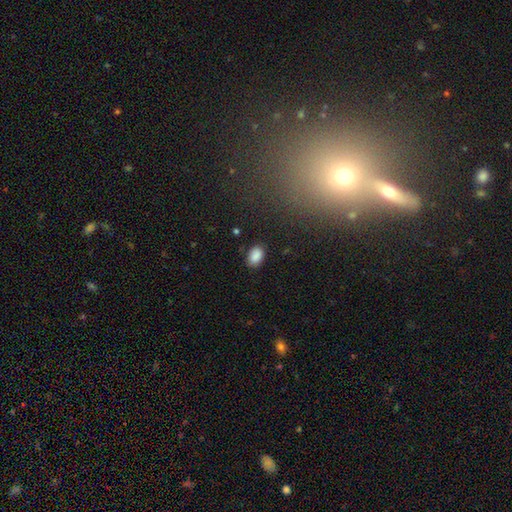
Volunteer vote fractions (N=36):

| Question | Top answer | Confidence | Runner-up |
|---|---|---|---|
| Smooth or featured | smooth | 97% | featured or disk (3%) |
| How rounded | in between | 83% | round (17%) |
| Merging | none | 78% | minor disturbance (19%) |